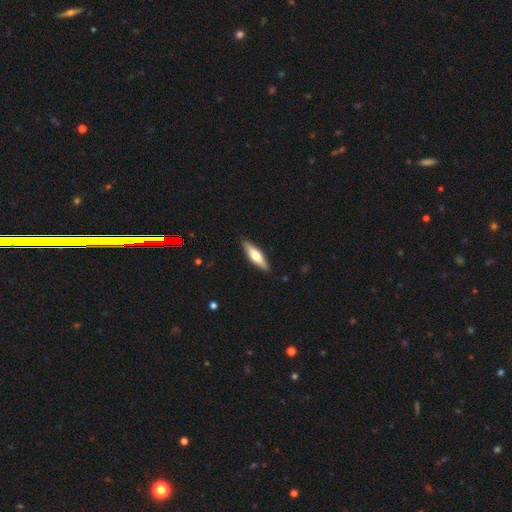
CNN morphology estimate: Overall: smooth (57%; featured or disk 38%). How rounded: cigar-shaped (55%; in between 43%). Merging: none (89%).